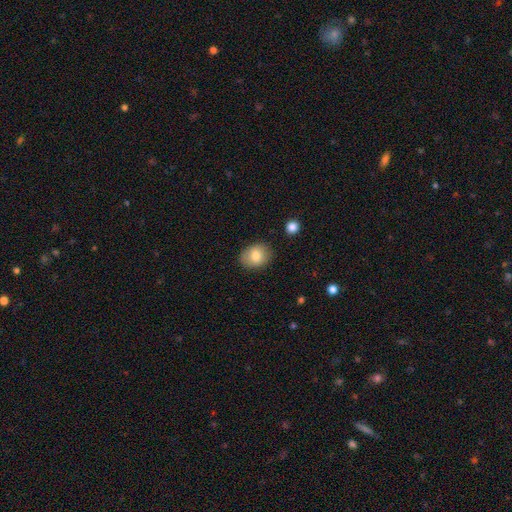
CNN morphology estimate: smooth 81%, featured or disk 11%, star or artifact 8%. Down the decision tree: how rounded — in between (55%); merging — none (85%).